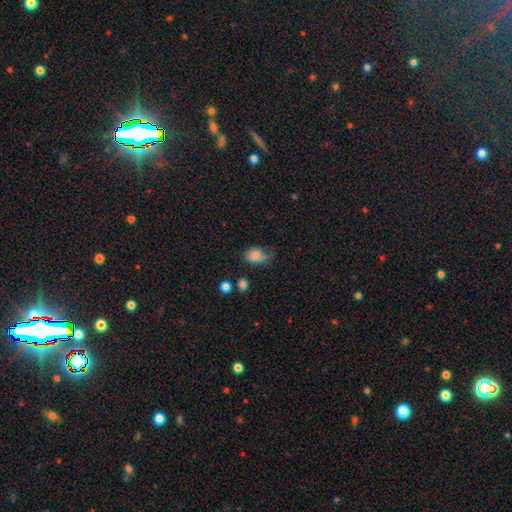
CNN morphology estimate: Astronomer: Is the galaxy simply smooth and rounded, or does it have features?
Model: smooth — 76%.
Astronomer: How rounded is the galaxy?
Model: in between — 71%.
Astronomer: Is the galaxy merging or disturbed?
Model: none — 35%, tied with minor disturbance at 35%.